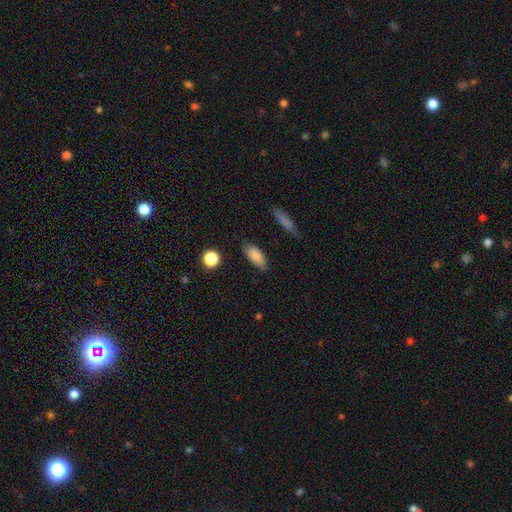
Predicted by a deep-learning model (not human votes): A smooth galaxy with no disk features (84%) that is in between round and cigar-shaped (82%).

Vote fractions:
- Smooth or featured? smooth: 84% / featured or disk: 8% / star or artifact: 8%
- How rounded? in between: 82% / cigar-shaped: 14% / round: 3%
- Merging? none: 78% / minor disturbance: 17% / major disturbance: 3% / merger: 2%